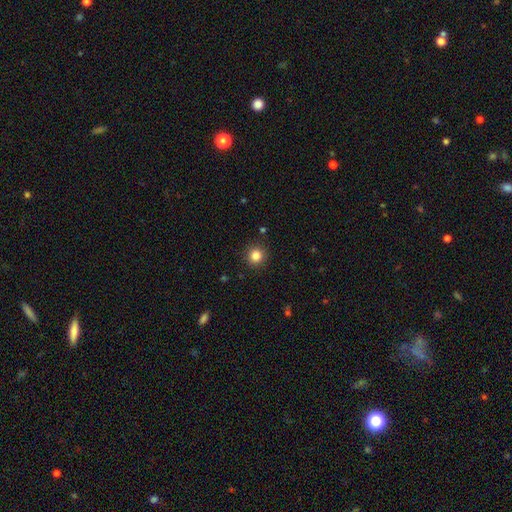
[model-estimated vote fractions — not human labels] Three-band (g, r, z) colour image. It shows a smooth galaxy with no disk features (84%) that is round (92%). Merging: none (91%).